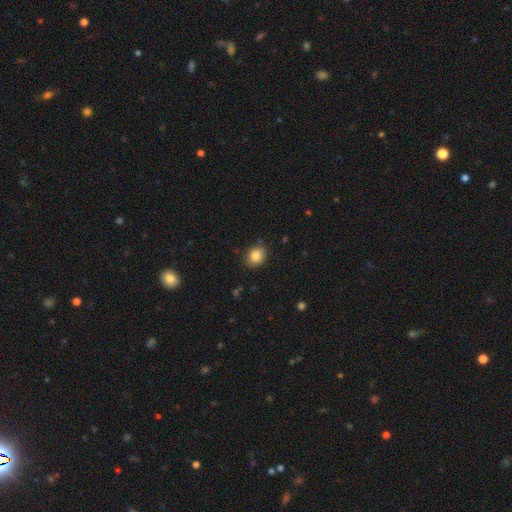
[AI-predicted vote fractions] Smooth or featured? Predicted: smooth (p=0.85). How rounded? Predicted: round (p=0.57). Merging? Predicted: none (p=0.81).